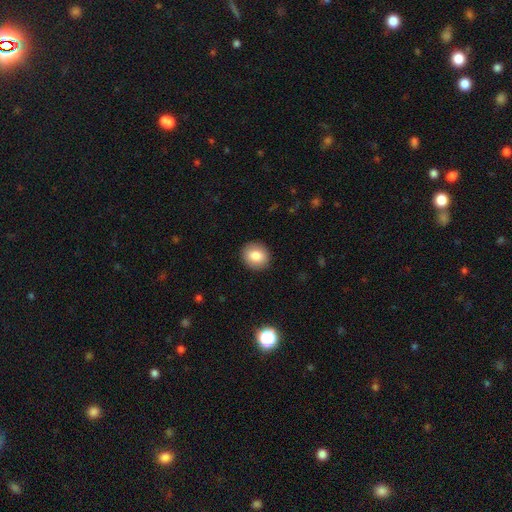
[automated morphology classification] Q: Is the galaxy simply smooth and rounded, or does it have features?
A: smooth — 83%.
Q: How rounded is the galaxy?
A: round — 78%.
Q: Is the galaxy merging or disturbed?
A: none — 91%.